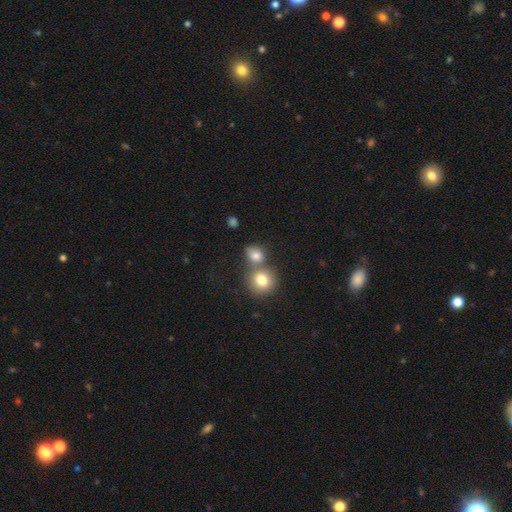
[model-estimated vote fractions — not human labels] smooth-or-featured: smooth: 79% | star or artifact: 11% | featured or disk: 10%
  how-rounded: round: 67% | in between: 32% | cigar-shaped: 1%
  merging: merger: 45% | none: 41% | minor disturbance: 10% | major disturbance: 4%